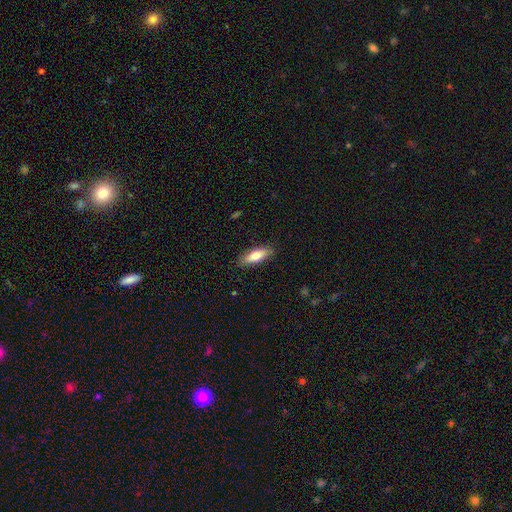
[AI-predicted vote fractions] Smooth or featured? smooth (70%)
How rounded? in between (58%)
Merging? none (88%)